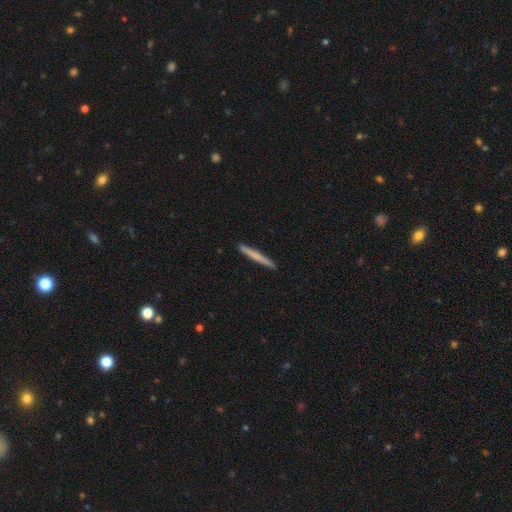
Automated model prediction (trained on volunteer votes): Overall: smooth (66%; featured or disk 29%). How rounded: cigar-shaped (97%). Merging: none (92%).